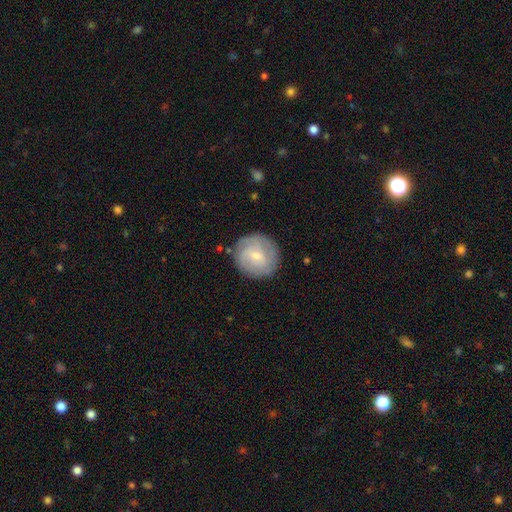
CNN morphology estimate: A featured or disk galaxy (58%) with a weak bar (48%), spiral arms (85%) and a small central bulge (59%).

Vote fractions:
- Smooth or featured? featured or disk: 58% / smooth: 35% / star or artifact: 6%
- Edge-on disk? no: 98% / yes: 2%
- Bar? weak: 48% / no: 44% / strong: 8%
- Spiral arms? yes: 85% / no: 15%
- Bulge size? small: 59% / moderate: 37% / none: 2% / large: 2% / dominant: 1%
- Merging? none: 83% / minor disturbance: 12% / major disturbance: 4% / merger: 1%